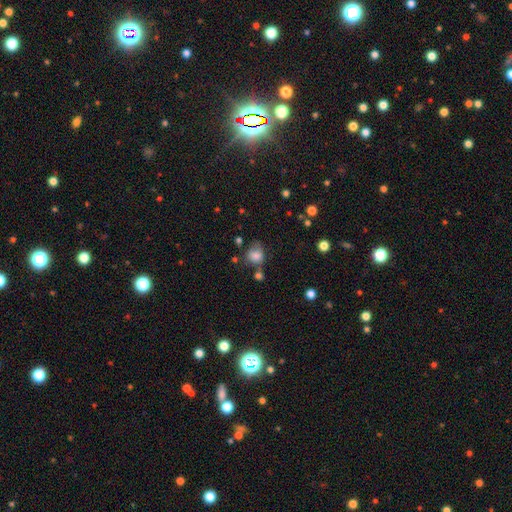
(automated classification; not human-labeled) A smooth galaxy with no disk features (79%) that is round (59%).

Vote fractions:
- Smooth or featured? smooth: 79% / star or artifact: 11% / featured or disk: 10%
- How rounded? round: 59% / in between: 40% / cigar-shaped: 1%
- Merging? none: 46% / minor disturbance: 28% / major disturbance: 14% / merger: 12%